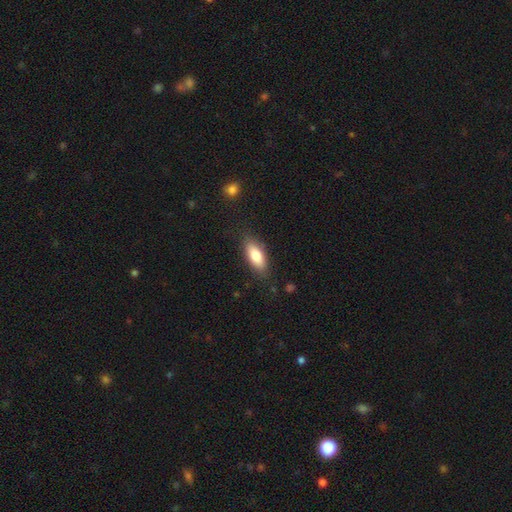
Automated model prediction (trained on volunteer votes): This is likely a smooth galaxy (79%). How rounded: likely in between (80%). Merging: clearly none (83%).